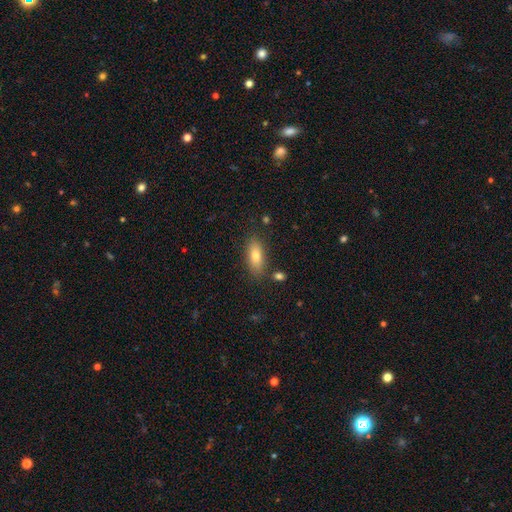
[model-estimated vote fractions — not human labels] A smooth galaxy with no disk features (78%) that is in between round and cigar-shaped (79%). Merging: none (82%).